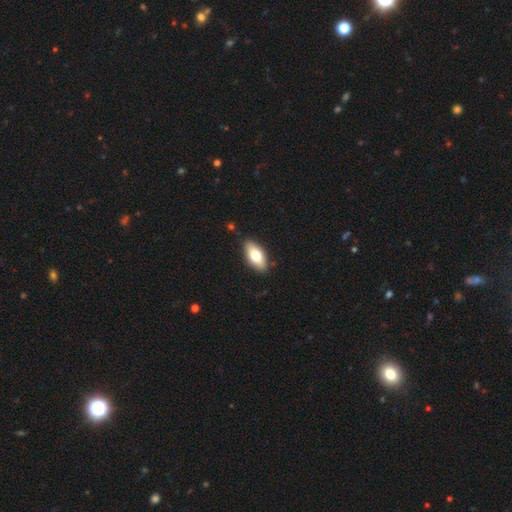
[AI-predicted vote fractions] smooth 71%, featured or disk 22%, star or artifact 6%. Down the decision tree: how rounded — in between (88%); merging — none (86%).